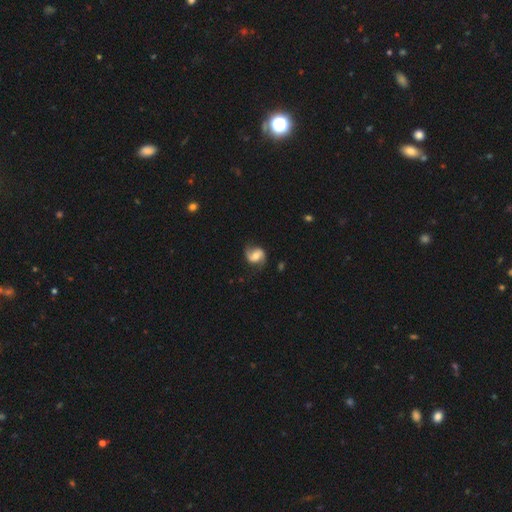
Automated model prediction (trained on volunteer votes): Smooth or featured? featured or disk (76%)
Edge-on disk? no (98%)
Bar? weak (43%)
Spiral arms? yes (94%)
Spiral winding? loose (45%)
Spiral arm count? 2 (91%)
Bulge size? moderate (58%)
Merging? none (76%)